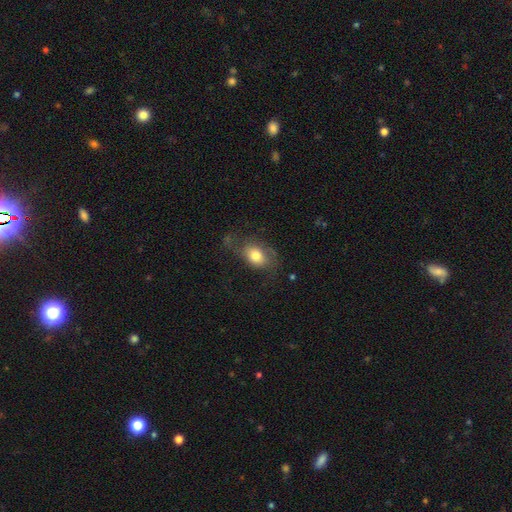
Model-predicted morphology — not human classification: Overall: smooth (69%). How rounded: in between (75%). Merging: none (48%; minor disturbance 25%).